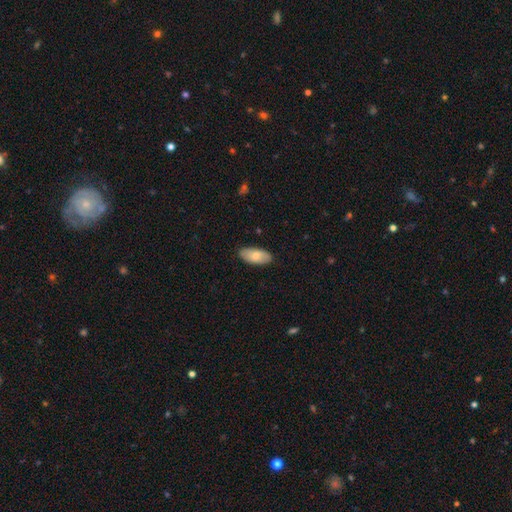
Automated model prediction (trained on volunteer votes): The model was most divided on "smooth or featured": smooth: 78%, featured or disk: 17%, star or artifact: 6%. More confident: how rounded — in between (92%); merging — none (86%).